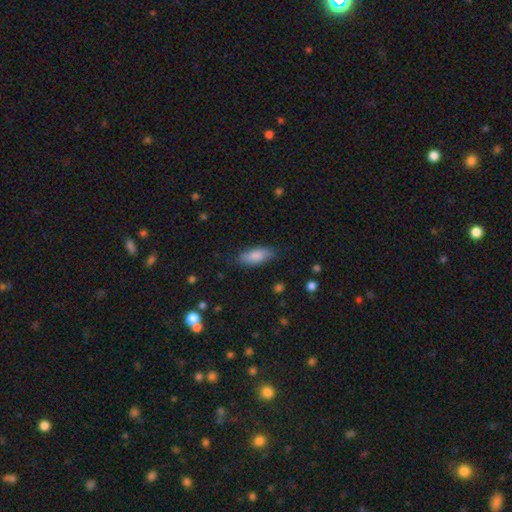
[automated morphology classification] smooth-or-featured: smooth: 83% | featured or disk: 10% | star or artifact: 6%
  how-rounded: in between: 80% | cigar-shaped: 17% | round: 2%
  merging: none: 76% | minor disturbance: 18% | major disturbance: 4% | merger: 1%